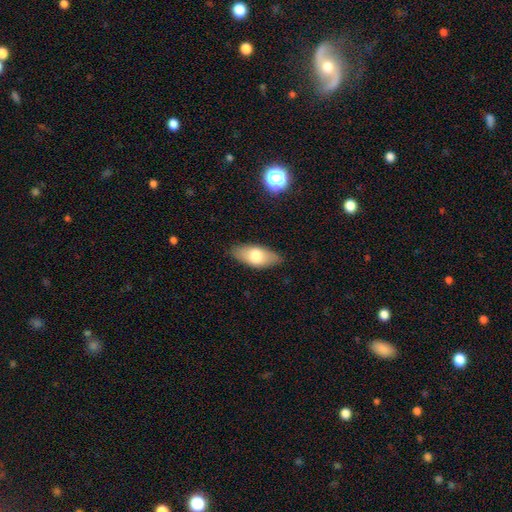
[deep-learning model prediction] Smooth or featured: smooth — 72% (featured or disk — 21%)
How rounded: in between — 87% (cigar-shaped — 10%)
Merging: none — 84% (minor disturbance — 12%)